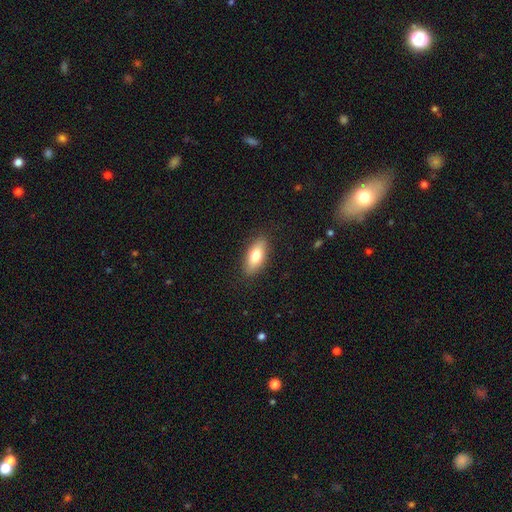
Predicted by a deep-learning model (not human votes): Smooth or featured? Predicted: smooth (p=0.74). How rounded? Predicted: in between (p=0.81). Merging? Predicted: none (p=0.87).